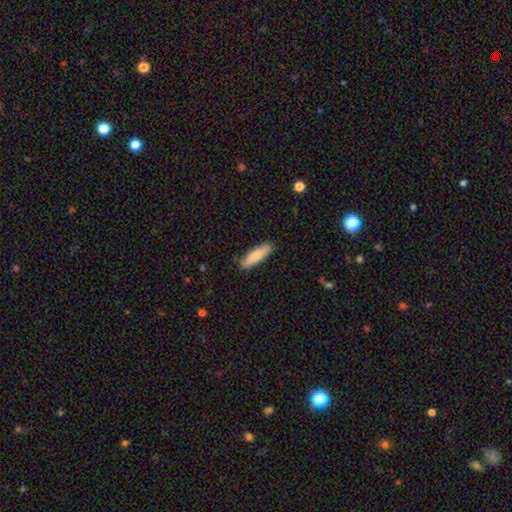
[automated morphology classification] Smooth or featured: smooth — 79% (featured or disk — 15%)
How rounded: cigar-shaped — 58% (in between — 41%)
Merging: none — 85% (minor disturbance — 12%)